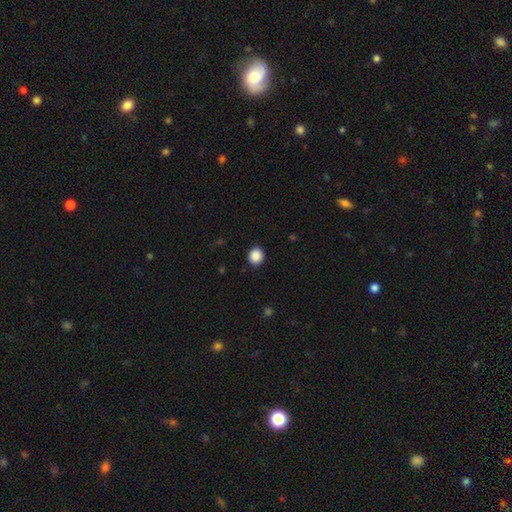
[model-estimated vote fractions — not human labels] smooth-or-featured: smooth: 88% | star or artifact: 9% | featured or disk: 3%
  how-rounded: round: 85% | in between: 14% | cigar-shaped: 1%
  merging: none: 90% | minor disturbance: 7% | major disturbance: 2% | merger: 1%